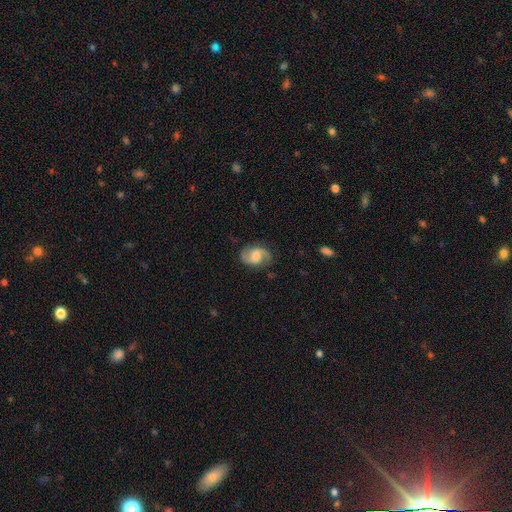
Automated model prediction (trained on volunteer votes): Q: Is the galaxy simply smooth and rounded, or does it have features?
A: featured or disk — 70%.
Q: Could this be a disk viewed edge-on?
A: no — 97%.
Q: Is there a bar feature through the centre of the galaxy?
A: no — 46%.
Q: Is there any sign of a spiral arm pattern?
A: yes — 94%.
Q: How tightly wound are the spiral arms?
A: medium — 47%.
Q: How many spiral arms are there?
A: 2 — 90%.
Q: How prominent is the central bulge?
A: moderate — 46%.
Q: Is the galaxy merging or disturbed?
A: none — 78%.